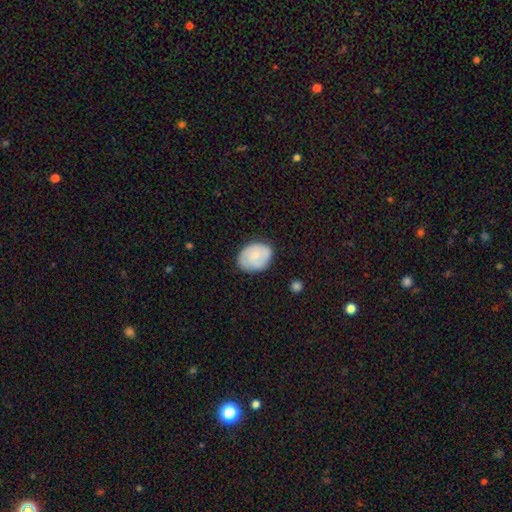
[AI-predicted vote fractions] Overall: smooth (59%; featured or disk 35%). How rounded: in between (61%; round 38%). Merging: none (78%).